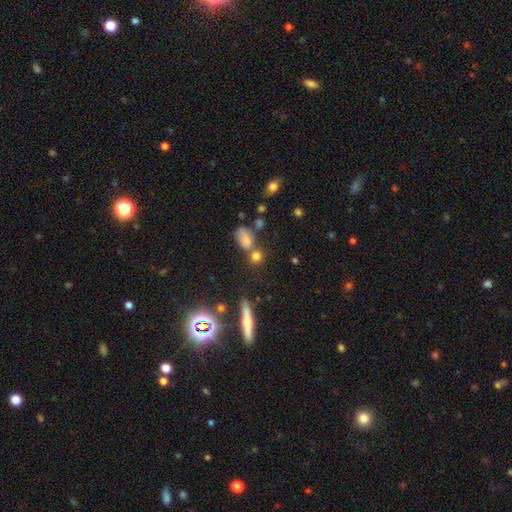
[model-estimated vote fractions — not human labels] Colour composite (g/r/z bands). It shows a smooth galaxy with no disk features (65%) that is round (51%). Merging: none (55%).